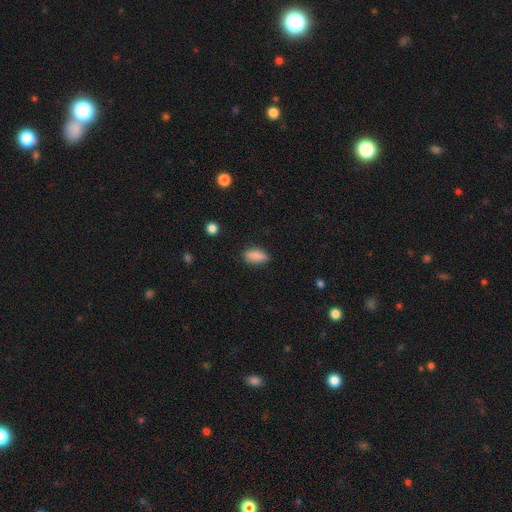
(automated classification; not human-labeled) smooth 85%, star or artifact 8%, featured or disk 7%. Down the decision tree: how rounded — in between (80%); merging — none (76%).